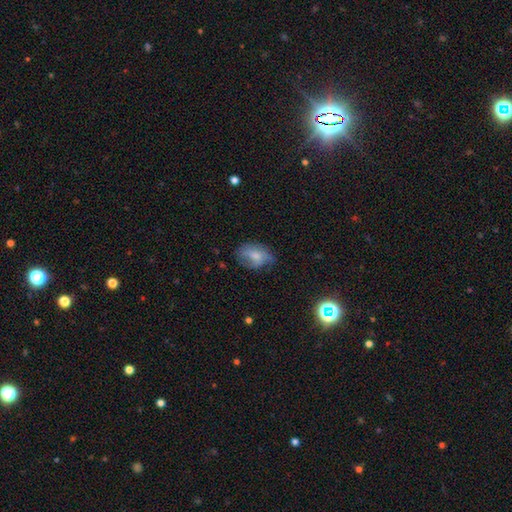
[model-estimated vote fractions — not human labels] The model was most divided on "merging": none: 49%, minor disturbance: 33%, major disturbance: 16%, merger: 2%. More confident: how rounded — in between (77%); smooth or featured — smooth (63%).